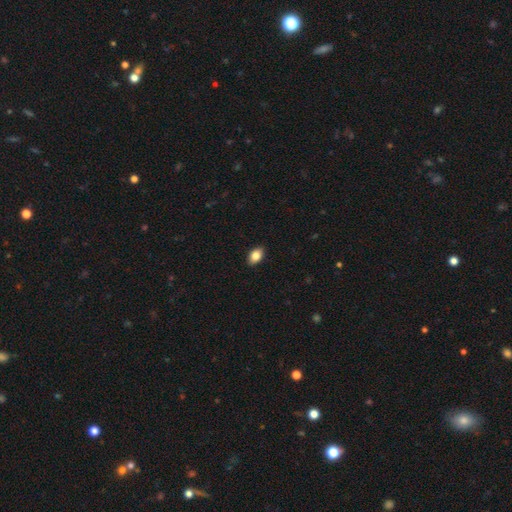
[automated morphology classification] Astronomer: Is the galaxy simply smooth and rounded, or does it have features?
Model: smooth — 84%.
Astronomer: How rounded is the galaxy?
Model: in between — 87%.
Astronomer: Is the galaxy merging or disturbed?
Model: none — 89%.